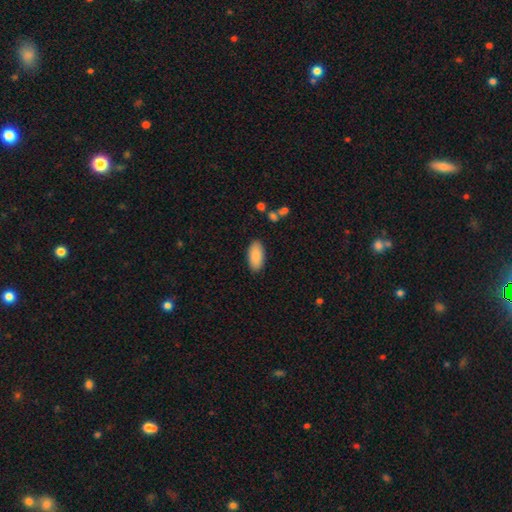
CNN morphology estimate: Q: Smooth or featured?
A: smooth (87%); runner-up: featured or disk (7%)
Q: How rounded?
A: in between (93%); runner-up: cigar-shaped (5%)
Q: Merging?
A: none (88%); runner-up: minor disturbance (9%)